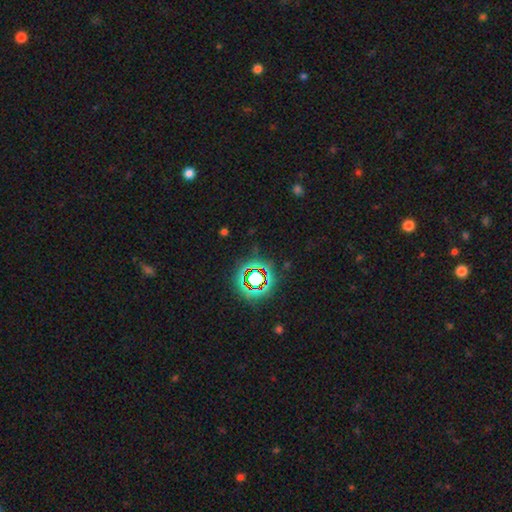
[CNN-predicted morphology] Q: Smooth or featured?
A: star or artifact (77%); runner-up: smooth (13%)